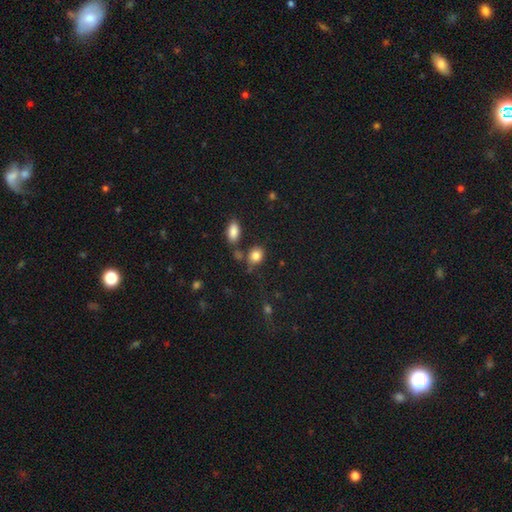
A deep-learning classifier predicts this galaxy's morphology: Smooth or featured?
  - smooth: 84% *
  - star or artifact: 10%
  - featured or disk: 6%
How rounded?
  - round: 52% *
  - in between: 47%
  - cigar-shaped: 1%
Merging?
  - none: 69% *
  - minor disturbance: 14%
  - merger: 12%
  - major disturbance: 5%